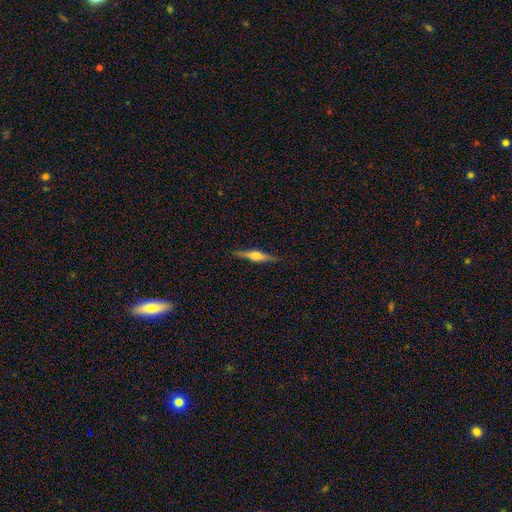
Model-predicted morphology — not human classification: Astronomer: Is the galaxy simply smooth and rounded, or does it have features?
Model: featured or disk — 72%.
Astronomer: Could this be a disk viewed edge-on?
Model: yes — 98%.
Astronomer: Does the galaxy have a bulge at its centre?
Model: rounded — 86%.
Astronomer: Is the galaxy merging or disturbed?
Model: none — 89%.